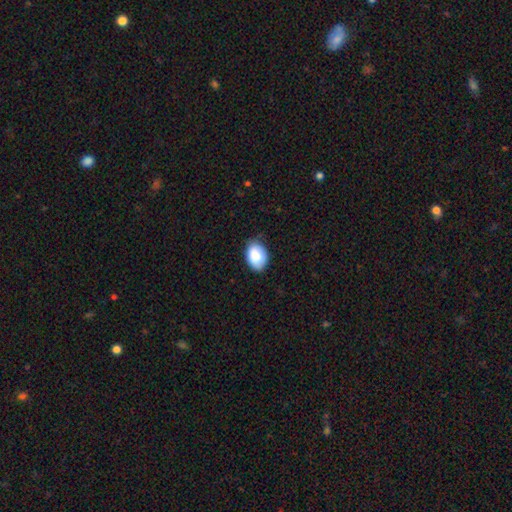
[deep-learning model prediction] Smooth or featured? smooth (88%)
How rounded? in between (87%)
Merging? none (77%)